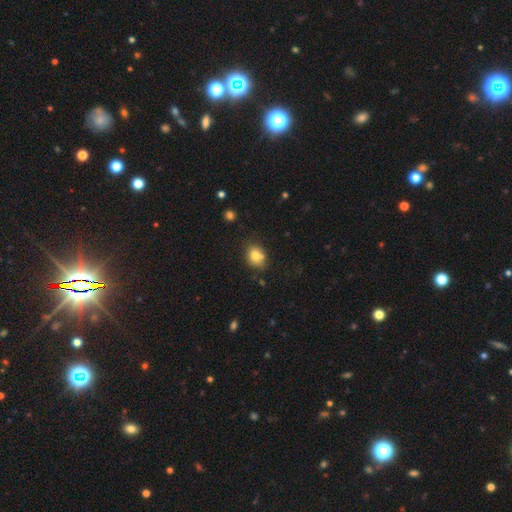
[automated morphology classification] Q: Smooth or featured?
A: smooth (78%); runner-up: featured or disk (11%)
Q: How rounded?
A: in between (55%); runner-up: round (44%)
Q: Merging?
A: none (66%); runner-up: minor disturbance (17%)